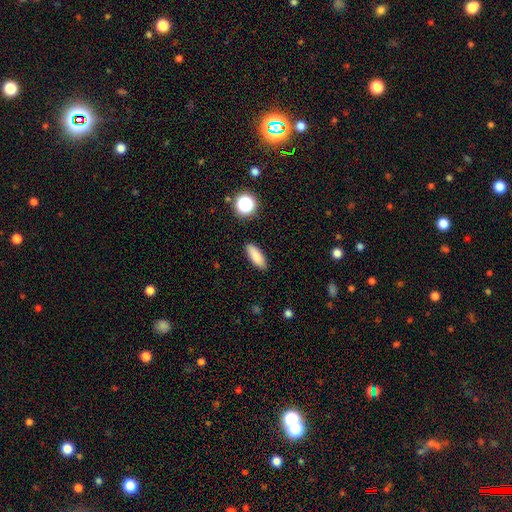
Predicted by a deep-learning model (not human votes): A smooth galaxy with no disk features (84%) that is in between round and cigar-shaped (61%).

Vote fractions:
- Smooth or featured? smooth: 84% / star or artifact: 9% / featured or disk: 7%
- How rounded? in between: 61% / cigar-shaped: 36% / round: 3%
- Merging? none: 89% / minor disturbance: 8% / major disturbance: 2% / merger: 2%